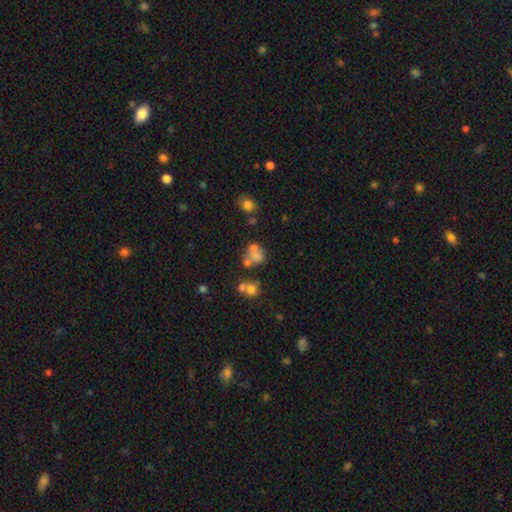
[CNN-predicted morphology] smooth_or_featured: smooth (p=0.55) [alt: featured or disk p=0.29]
how_rounded: round (p=0.54) [alt: in between p=0.45]
merging: merger (p=0.44) [alt: none p=0.32]